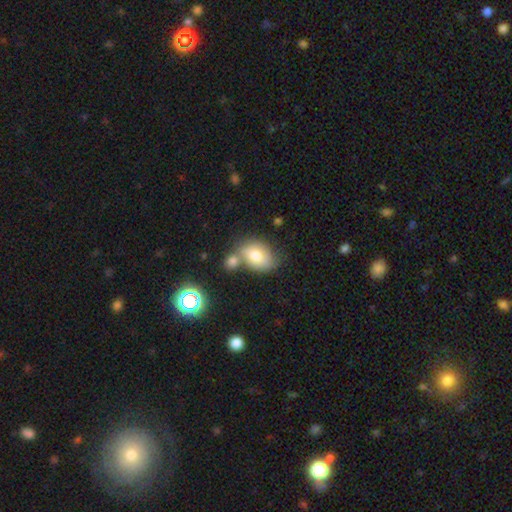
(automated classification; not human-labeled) Smooth or featured: smooth — 74% (featured or disk — 16%)
How rounded: in between — 78% (round — 21%)
Merging: none — 47% (merger — 32%)